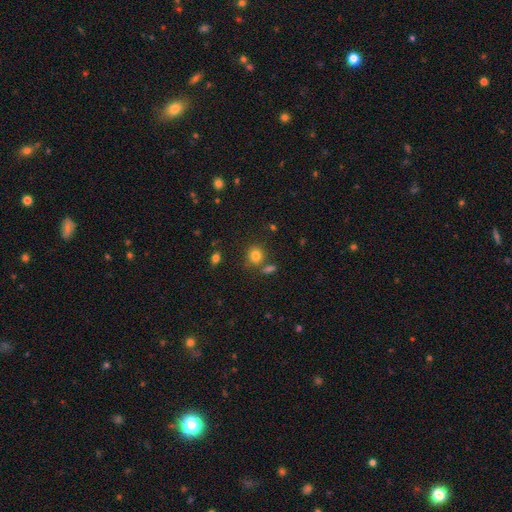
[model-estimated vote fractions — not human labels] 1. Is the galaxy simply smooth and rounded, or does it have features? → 80% smooth, 13% star or artifact, 7% featured or disk.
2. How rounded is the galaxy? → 79% round, 20% in between, 1% cigar-shaped.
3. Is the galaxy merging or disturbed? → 73% none, 12% merger, 11% minor disturbance, 4% major disturbance.